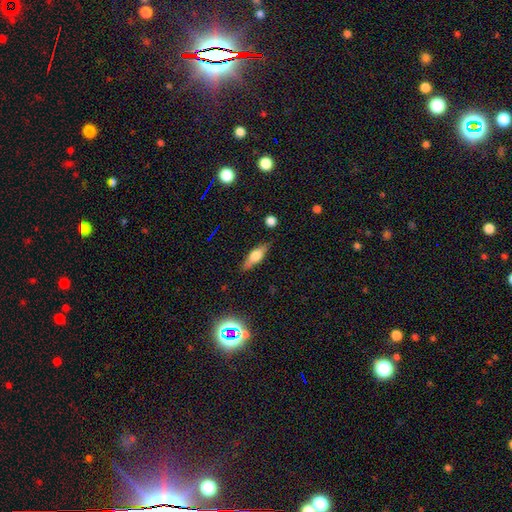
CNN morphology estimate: smooth_or_featured: smooth (p=0.48) [alt: featured or disk p=0.43]
merging: none (p=0.83) [alt: minor disturbance p=0.12]